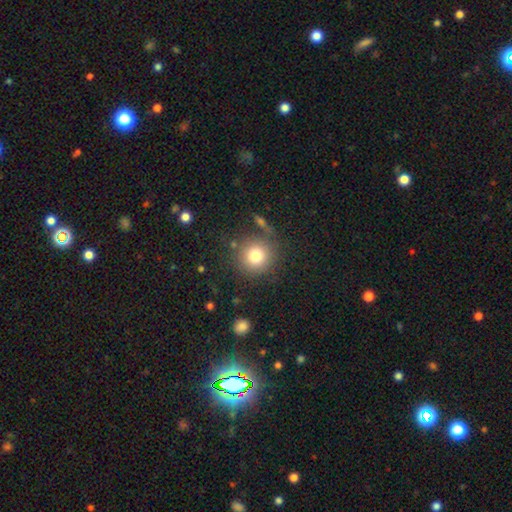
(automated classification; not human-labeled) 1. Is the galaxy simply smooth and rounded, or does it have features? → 79% smooth, 12% star or artifact, 9% featured or disk.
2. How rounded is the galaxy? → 93% round, 6% in between, 1% cigar-shaped.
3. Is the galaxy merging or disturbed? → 81% none, 10% minor disturbance, 5% merger, 4% major disturbance.